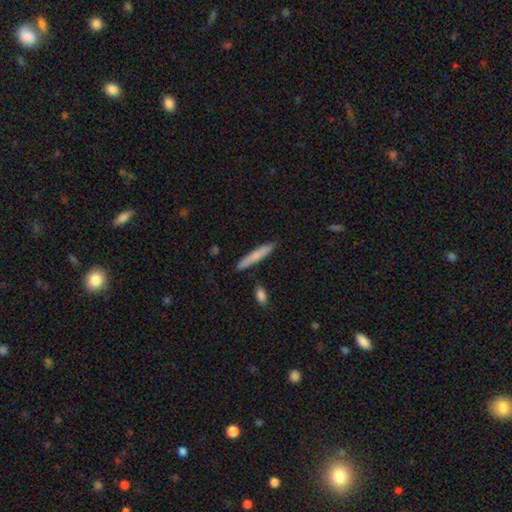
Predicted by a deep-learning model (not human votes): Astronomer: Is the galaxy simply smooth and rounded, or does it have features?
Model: smooth — 73%.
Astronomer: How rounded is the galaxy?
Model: cigar-shaped — 94%.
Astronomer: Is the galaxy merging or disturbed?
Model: none — 88%.